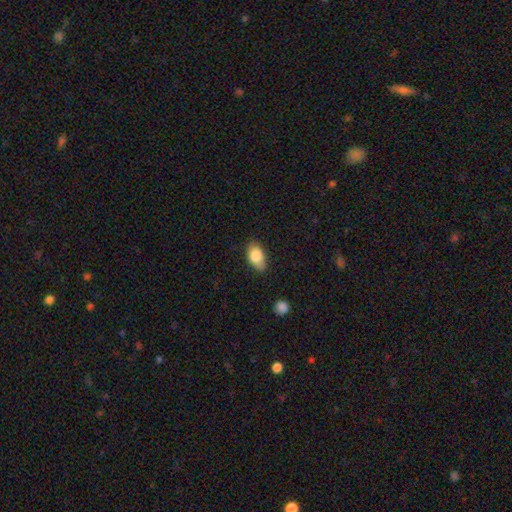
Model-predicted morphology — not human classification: The model was most divided on "merging": none: 75%, minor disturbance: 20%, major disturbance: 3%, merger: 2%. More confident: how rounded — in between (90%); smooth or featured — smooth (83%).